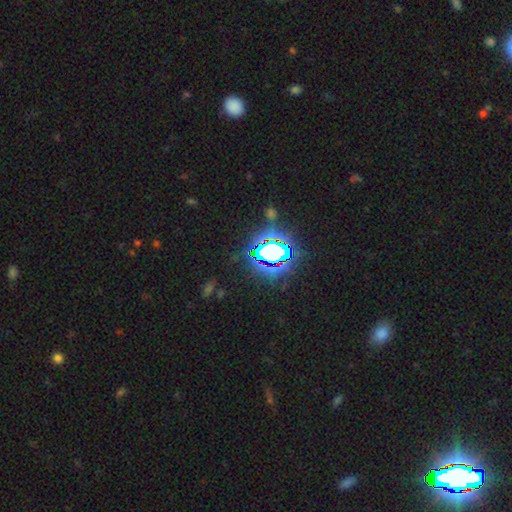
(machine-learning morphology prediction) This is likely a star or artifact rather than a galaxy (74%).